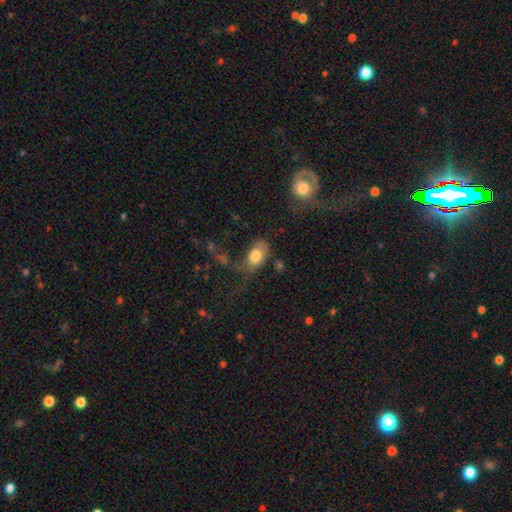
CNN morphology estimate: A smooth galaxy with no disk features (76%) that is in between round and cigar-shaped (85%). Merging: major disturbance (35%).